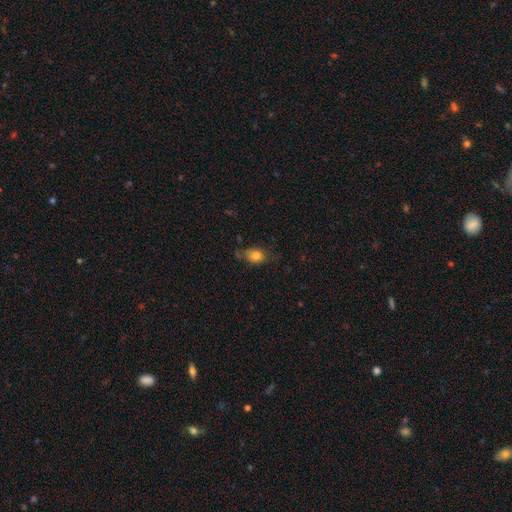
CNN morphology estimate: smooth_or_featured: smooth (p=0.81) [alt: star or artifact p=0.10]
how_rounded: in between (p=0.67) [alt: round p=0.30]
merging: none (p=0.58) [alt: minor disturbance p=0.29]